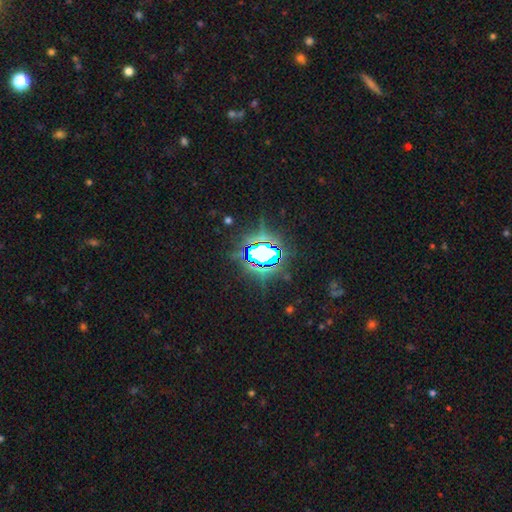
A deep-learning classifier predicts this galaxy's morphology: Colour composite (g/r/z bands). It shows a star or artifact, not a galaxy (77%).